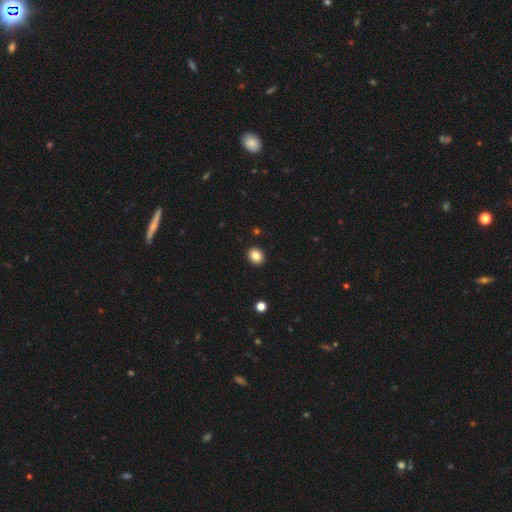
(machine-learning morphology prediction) Smooth or featured? Predicted: smooth (p=0.85). How rounded? Predicted: round (p=0.57). Merging? Predicted: none (p=0.92).